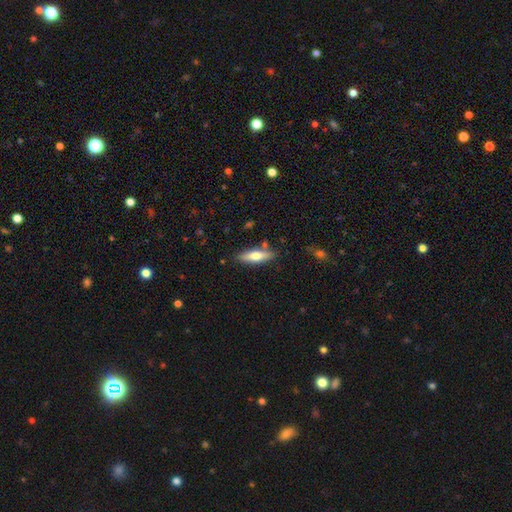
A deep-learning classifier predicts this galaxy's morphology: Smooth or featured?
  - smooth: 61% *
  - featured or disk: 32%
  - star or artifact: 6%
How rounded?
  - cigar-shaped: 59% *
  - in between: 39%
  - round: 2%
Merging?
  - none: 81% *
  - minor disturbance: 12%
  - merger: 4%
  - major disturbance: 2%